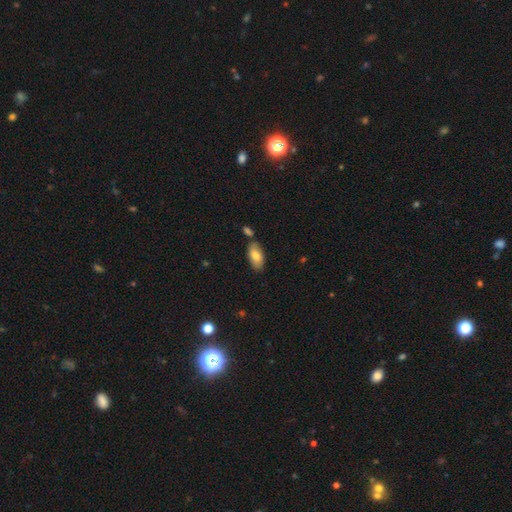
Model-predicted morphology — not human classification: This appears to be a smooth galaxy with no disk features (79%) that is in between round and cigar-shaped (93%). Merging: none (74%).